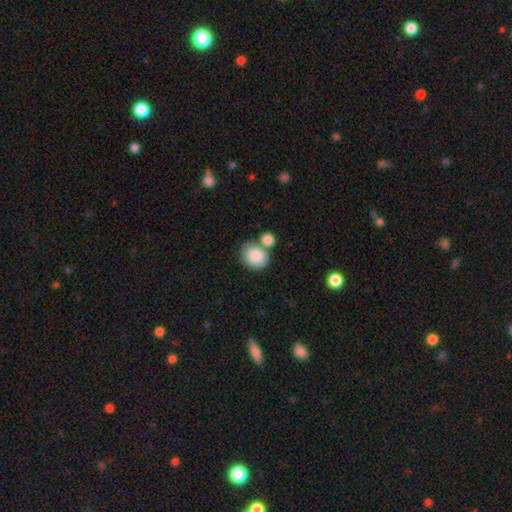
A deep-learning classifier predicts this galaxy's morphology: type=smooth (86%); roundness=round (60%); merging=none (51%).